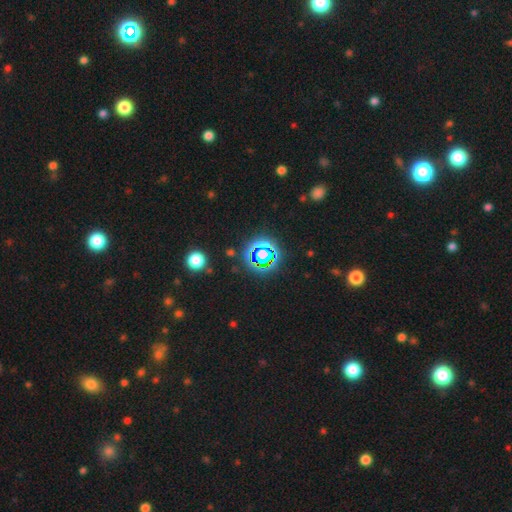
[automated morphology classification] smooth_or_featured: star or artifact (p=0.76) [alt: smooth p=0.17]